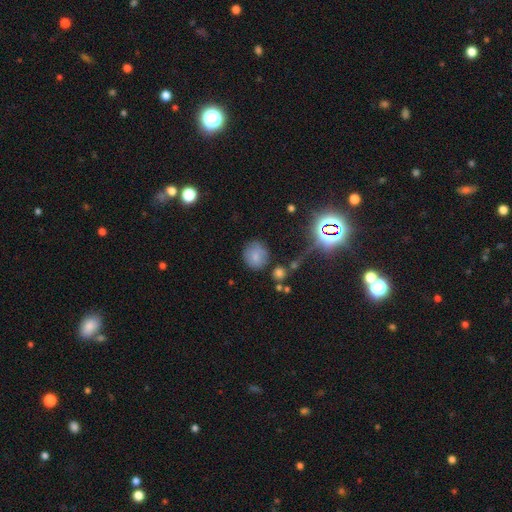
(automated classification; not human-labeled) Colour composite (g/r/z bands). It shows a smooth galaxy with no disk features (74%) that is round (80%). Merging: none (73%).